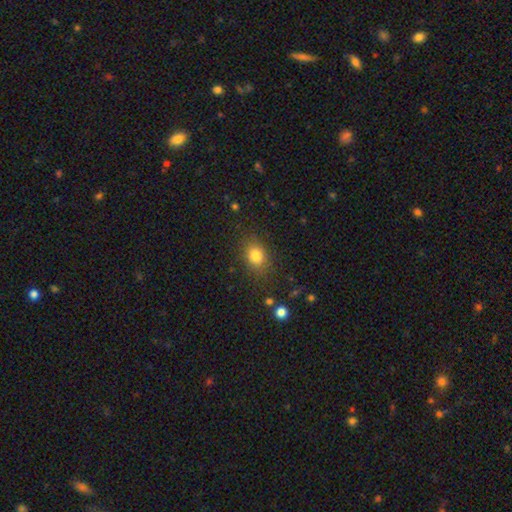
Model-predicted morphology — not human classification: This appears to be a smooth galaxy with no disk features (82%) that is in between round and cigar-shaped (60%). Merging: none (82%).